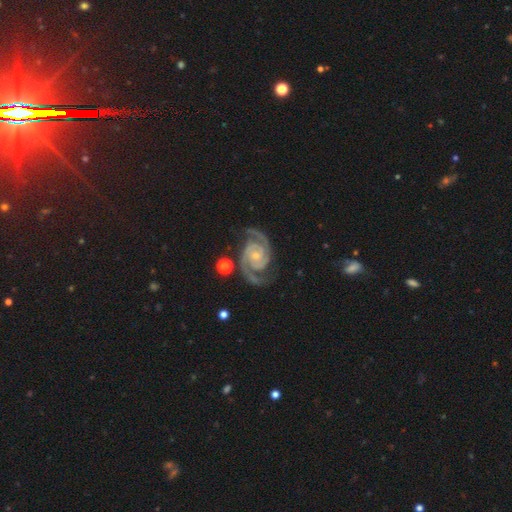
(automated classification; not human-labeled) Smooth or featured? Predicted: featured or disk (p=0.94). Edge-on disk? Predicted: no (p=0.98). Bar? Predicted: no (p=0.69). Spiral arms? Predicted: yes (p=0.99). Spiral winding? Predicted: tight (p=0.50). Spiral arm count? Predicted: 2 (p=0.91). Bulge size? Predicted: small (p=0.70). Merging? Predicted: none (p=0.77).